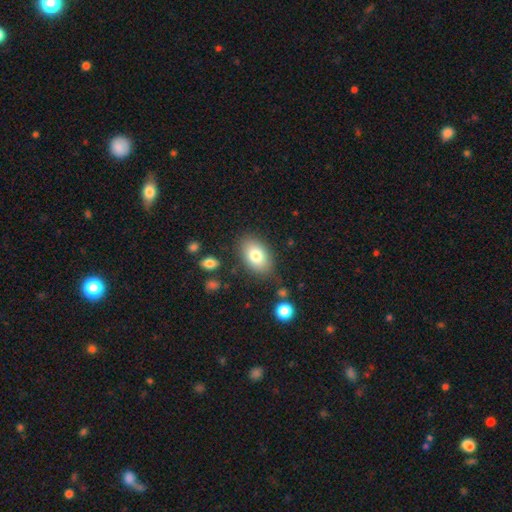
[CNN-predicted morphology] smooth_or_featured: smooth (p=0.80) [alt: featured or disk p=0.13]
how_rounded: in between (p=0.90) [alt: round p=0.08]
merging: none (p=0.81) [alt: minor disturbance p=0.13]